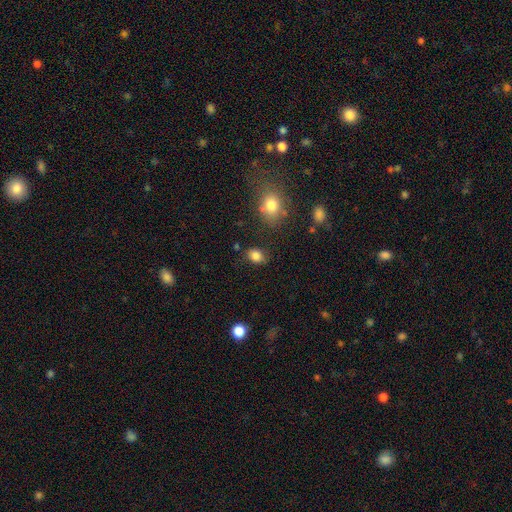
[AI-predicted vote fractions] Smooth or featured?
  - smooth: 84% *
  - star or artifact: 11%
  - featured or disk: 6%
How rounded?
  - in between: 64% *
  - round: 34%
  - cigar-shaped: 1%
Merging?
  - none: 80% *
  - minor disturbance: 14%
  - major disturbance: 4%
  - merger: 3%